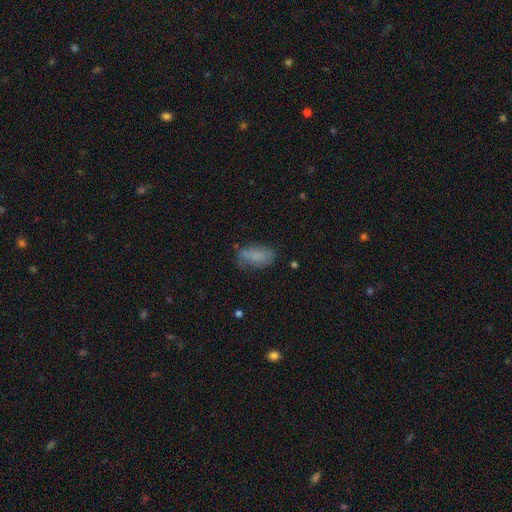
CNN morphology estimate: smooth_or_featured: smooth (p=0.80) [alt: featured or disk p=0.11]
how_rounded: in between (p=0.89) [alt: cigar-shaped p=0.07]
merging: none (p=0.62) [alt: minor disturbance p=0.26]